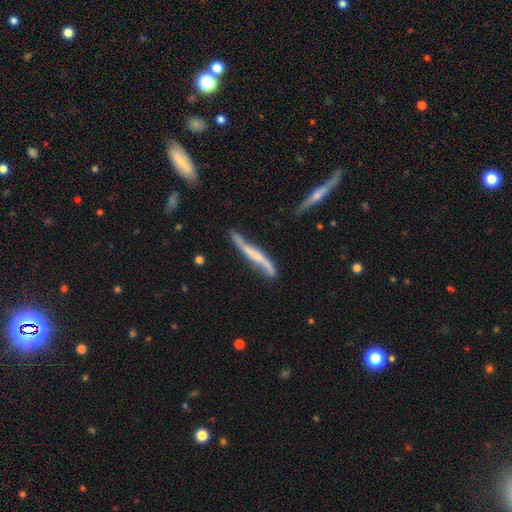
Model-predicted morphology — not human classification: Q: Smooth or featured?
A: featured or disk (66%); runner-up: smooth (28%)
Q: Edge-on disk?
A: yes (68%); runner-up: no (32%)
Q: Merging?
A: none (58%); runner-up: minor disturbance (29%)